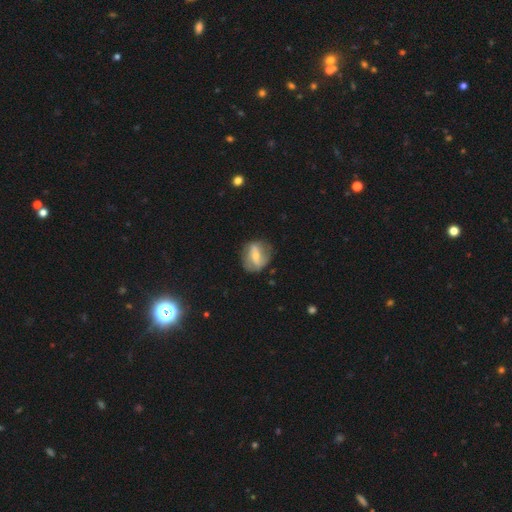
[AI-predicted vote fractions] smooth-or-featured: featured or disk: 58% | smooth: 35% | star or artifact: 7%
  disk-edge-on: no: 94% | yes: 6%
    bar: strong: 38% (tied) | weak: 38% (tied) | no: 24%
    has-spiral-arms: yes: 57% | no: 43%
    bulge-size: small: 51% | moderate: 42% | none: 3% | large: 3% | dominant: 1%
  merging: none: 67% | minor disturbance: 22% | major disturbance: 9% | merger: 2%